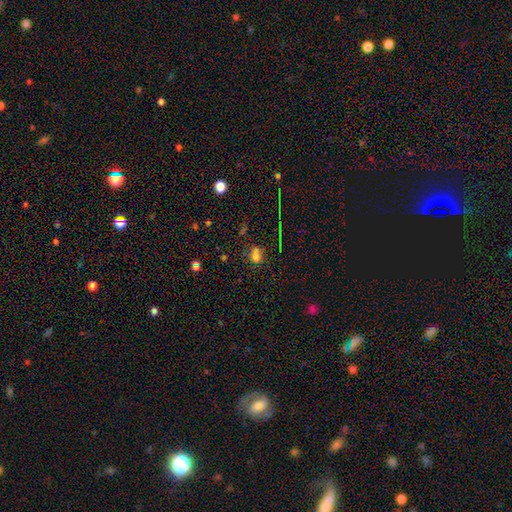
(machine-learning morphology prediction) Q: Smooth or featured?
A: smooth (60%); runner-up: star or artifact (30%)
Q: How rounded?
A: round (59%); runner-up: in between (39%)
Q: Merging?
A: none (53%); runner-up: merger (25%)